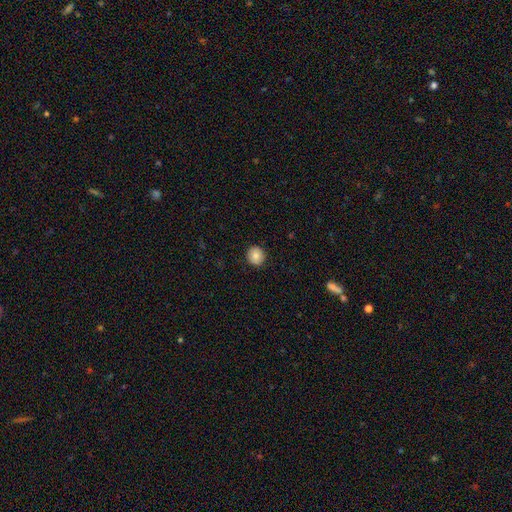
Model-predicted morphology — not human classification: Overall: smooth (83%). How rounded: round (91%). Merging: none (91%).